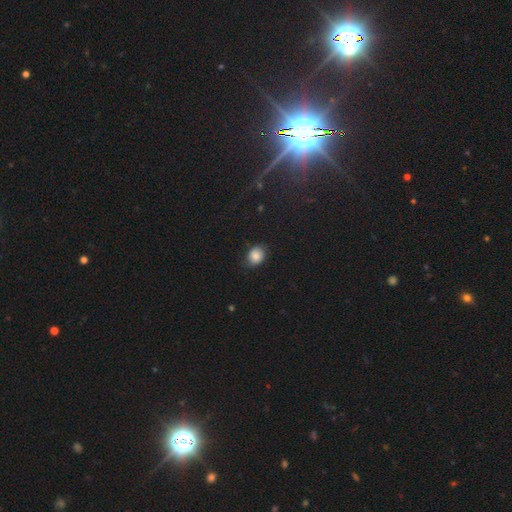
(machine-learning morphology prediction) Smooth or featured?
  - smooth: 81% *
  - star or artifact: 10%
  - featured or disk: 9%
How rounded?
  - in between: 50% *
  - round: 49%
  - cigar-shaped: 1%
Merging?
  - none: 71% *
  - minor disturbance: 23%
  - major disturbance: 5%
  - merger: 1%